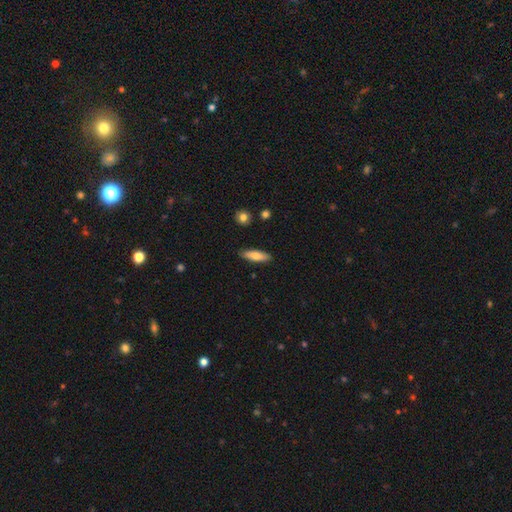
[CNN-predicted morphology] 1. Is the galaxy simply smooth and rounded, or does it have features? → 74% smooth, 20% featured or disk, 6% star or artifact.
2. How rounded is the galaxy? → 53% cigar-shaped, 45% in between, 2% round.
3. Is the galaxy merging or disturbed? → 88% none, 9% minor disturbance, 2% major disturbance, 2% merger.